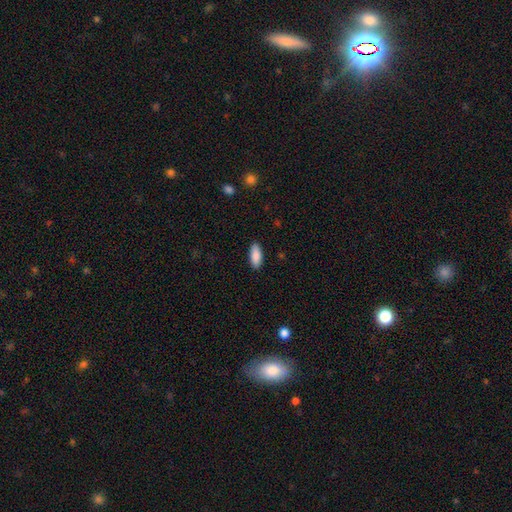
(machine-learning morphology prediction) smooth 89%, star or artifact 6%, featured or disk 5%. Down the decision tree: how rounded — in between (80%); merging — none (89%).